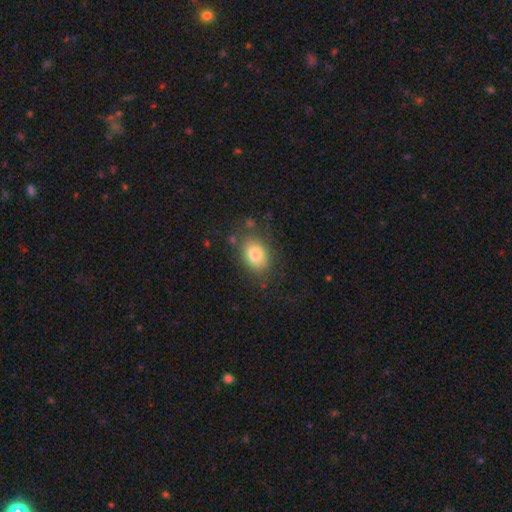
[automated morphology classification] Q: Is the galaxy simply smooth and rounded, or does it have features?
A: smooth — 79%.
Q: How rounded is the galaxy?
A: in between — 77%.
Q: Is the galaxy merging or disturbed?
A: none — 69%.